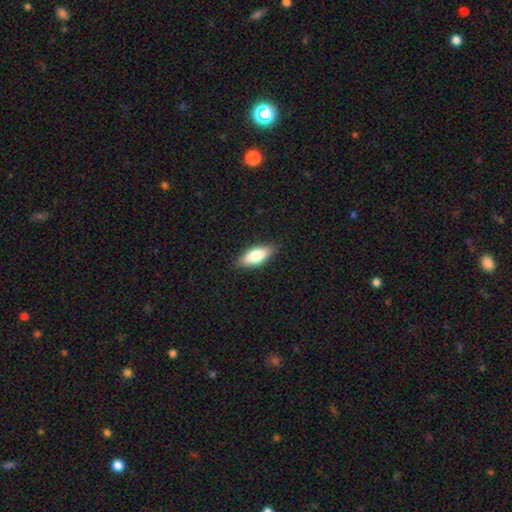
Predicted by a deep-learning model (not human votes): smooth 78%, featured or disk 16%, star or artifact 6%. Down the decision tree: how rounded — in between (79%); merging — none (87%).